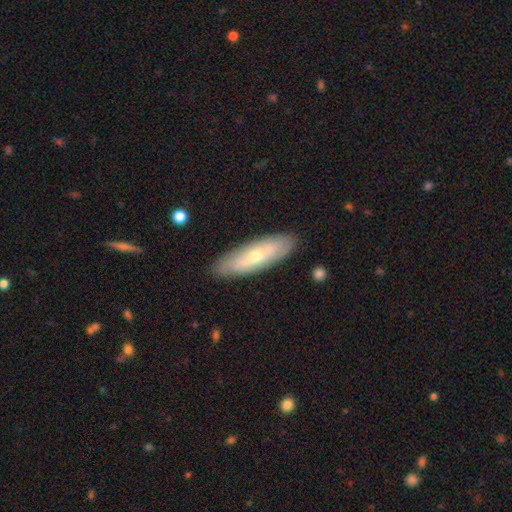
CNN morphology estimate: Q: Smooth or featured?
A: smooth (50%); runner-up: featured or disk (44%)
Q: How rounded?
A: in between (50%); runner-up: cigar-shaped (48%)
Q: Merging?
A: none (86%); runner-up: minor disturbance (10%)